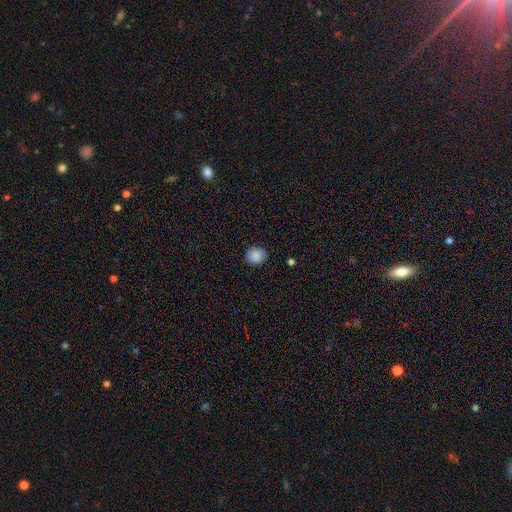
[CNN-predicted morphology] The model was most divided on "how rounded": round: 80%, in between: 19%, cigar-shaped: 1%. More confident: smooth or featured — smooth (88%); merging — none (87%).